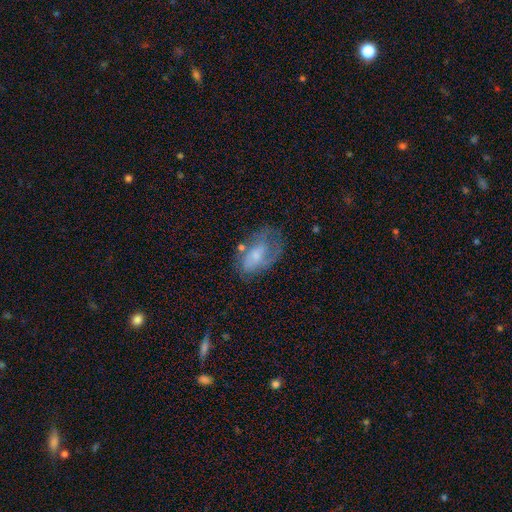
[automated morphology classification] Q: Smooth or featured?
A: featured or disk (52%); runner-up: smooth (40%)
Q: Edge-on disk?
A: no (95%); runner-up: yes (5%)
Q: Merging?
A: none (44%); runner-up: minor disturbance (27%)